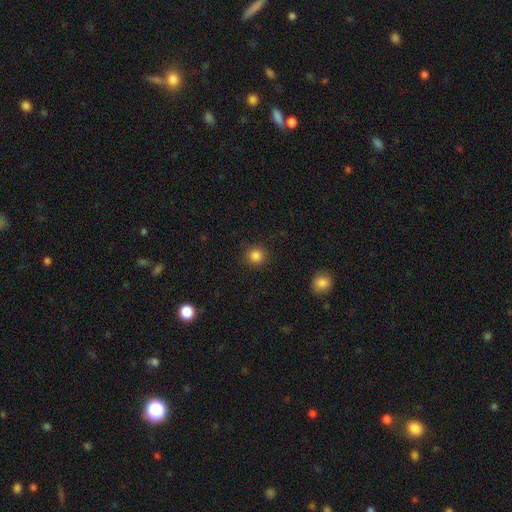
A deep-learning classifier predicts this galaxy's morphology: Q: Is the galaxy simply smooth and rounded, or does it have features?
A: smooth — 85%.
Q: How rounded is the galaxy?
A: round — 92%.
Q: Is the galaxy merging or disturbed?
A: none — 90%.